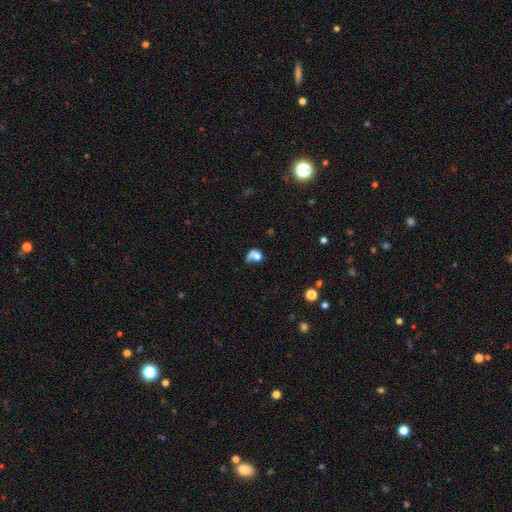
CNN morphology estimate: smooth-or-featured: smooth: 57% | featured or disk: 30% | star or artifact: 13%
  how-rounded: in between: 55% | round: 43% | cigar-shaped: 2%
  merging: major disturbance: 31% | merger: 29% | none: 25% | minor disturbance: 15%